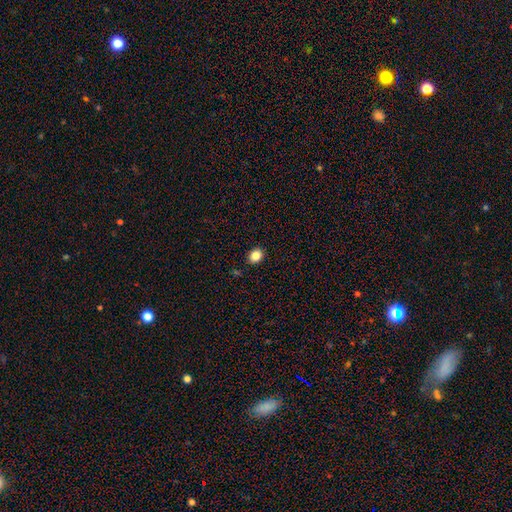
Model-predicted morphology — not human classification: This appears to be a smooth galaxy with no disk features (86%) that is round (51%). Merging: none (89%).